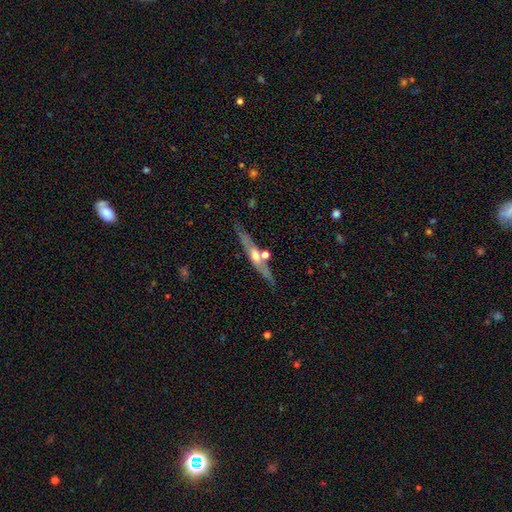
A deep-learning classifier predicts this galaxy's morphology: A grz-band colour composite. It shows a featured or disk galaxy (62%) viewed edge-on (88%) with a rounded central bulge (79%). Merging: none (72%).